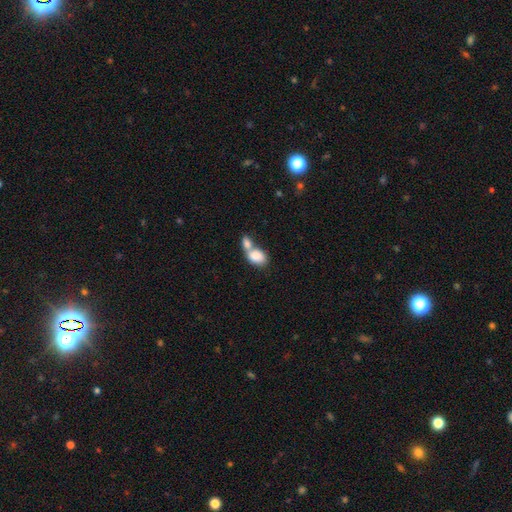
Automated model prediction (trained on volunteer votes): A smooth galaxy with no disk features (82%) that is in between round and cigar-shaped (79%).

Vote fractions:
- Smooth or featured? smooth: 82% / featured or disk: 11% / star or artifact: 7%
- How rounded? in between: 79% / round: 19% / cigar-shaped: 2%
- Merging? merger: 72% / none: 17% / minor disturbance: 6% / major disturbance: 4%